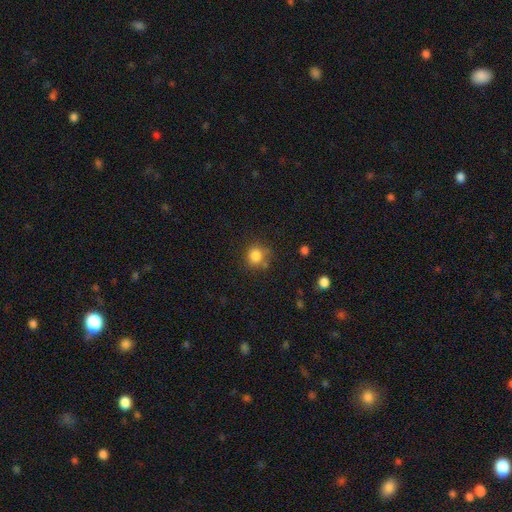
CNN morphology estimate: type=smooth (83%); roundness=round (85%); merging=none (74%).